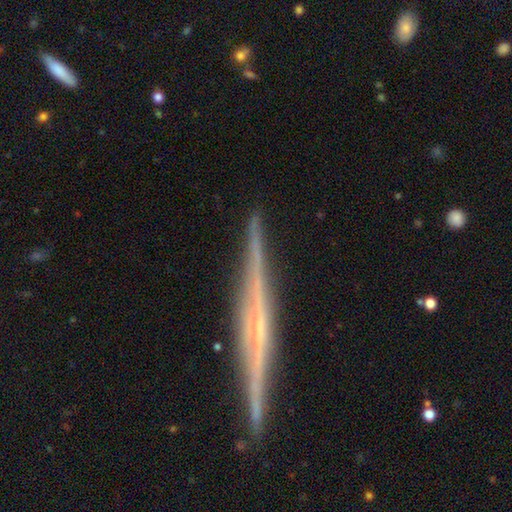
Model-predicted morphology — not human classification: Q: Smooth or featured?
A: featured or disk (83%); runner-up: smooth (11%)
Q: Edge-on disk?
A: yes (98%); runner-up: no (2%)
Q: Edge-on bulge?
A: none (53%); runner-up: rounded (31%)
Q: Merging?
A: none (88%); runner-up: minor disturbance (9%)